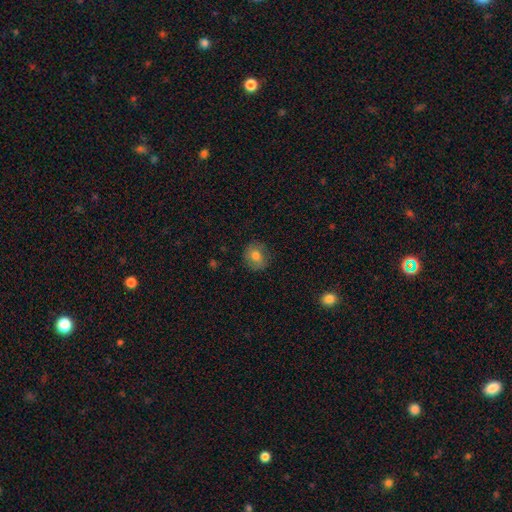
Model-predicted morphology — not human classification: Smooth or featured? Predicted: smooth (p=0.75). How rounded? Predicted: round (p=0.81). Merging? Predicted: none (p=0.84).